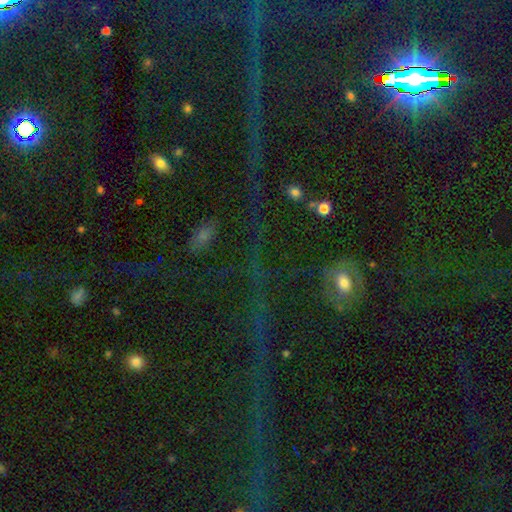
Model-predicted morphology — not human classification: This is likely a star or artifact rather than a galaxy (72%).